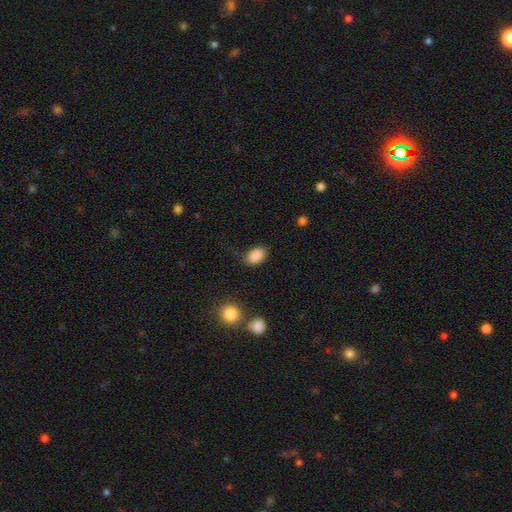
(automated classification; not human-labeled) Overall: smooth (88%). How rounded: in between (86%). Merging: none (77%).